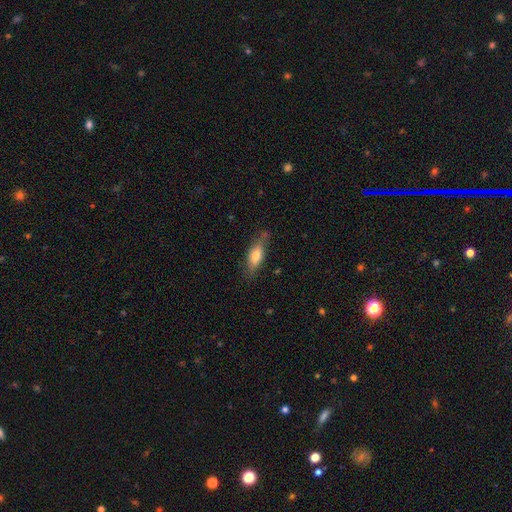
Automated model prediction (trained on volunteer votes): This is likely a smooth galaxy (69%). How rounded: likely in between (63%). Merging: likely none (72%).